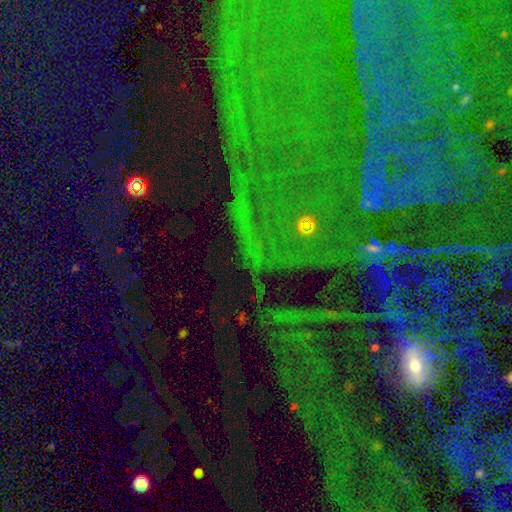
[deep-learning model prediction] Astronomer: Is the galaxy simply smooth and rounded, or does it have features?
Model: star or artifact — 78%.